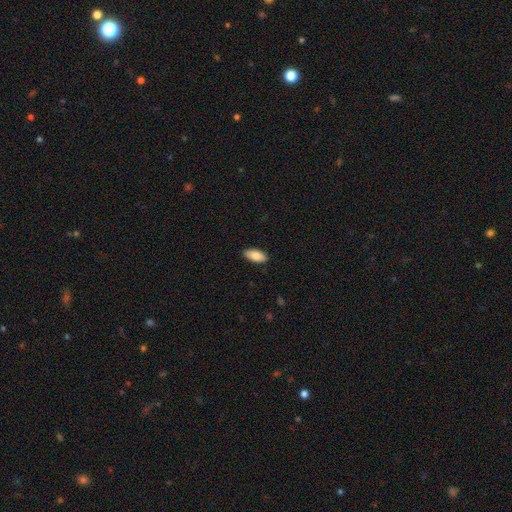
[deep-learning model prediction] Smooth or featured: smooth — 87% (featured or disk — 7%)
How rounded: in between — 90% (cigar-shaped — 8%)
Merging: none — 89% (minor disturbance — 8%)